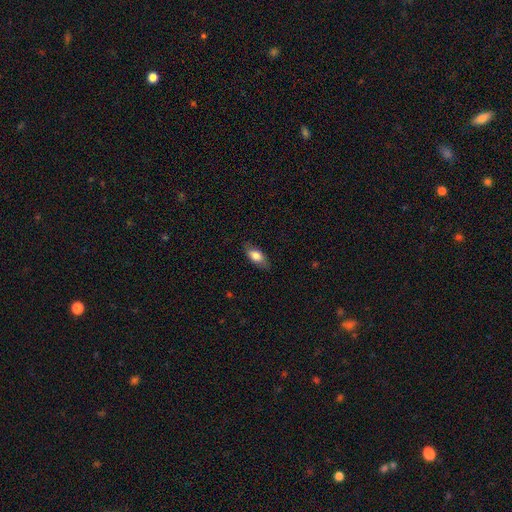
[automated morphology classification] A smooth galaxy with no disk features (78%) that is in between round and cigar-shaped (84%).

Vote fractions:
- Smooth or featured? smooth: 78% / featured or disk: 16% / star or artifact: 7%
- How rounded? in between: 84% / cigar-shaped: 12% / round: 4%
- Merging? none: 80% / minor disturbance: 15% / major disturbance: 4% / merger: 1%